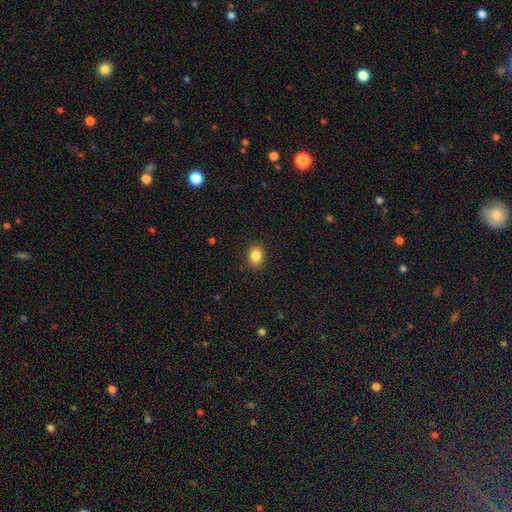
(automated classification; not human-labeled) Morphology: type=smooth (85%); roundness=in between (70%); merging=none (89%).